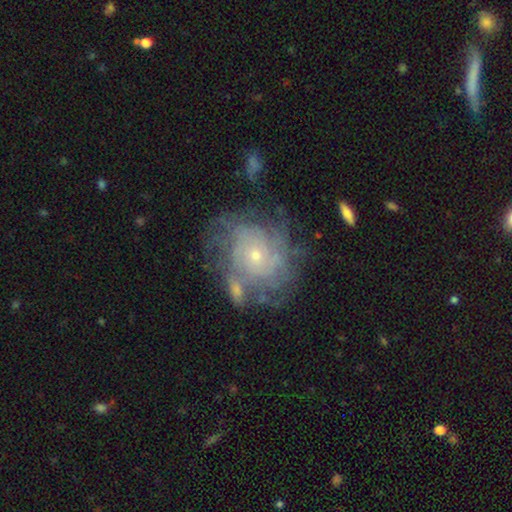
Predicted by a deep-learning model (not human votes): Smooth or featured? featured or disk (79%)
Edge-on disk? no (97%)
Bar? no (82%)
Spiral arms? yes (88%)
Spiral winding? tight (69%)
Spiral arm count? can't tell (45%)
Bulge size? small (72%)
Merging? none (61%)